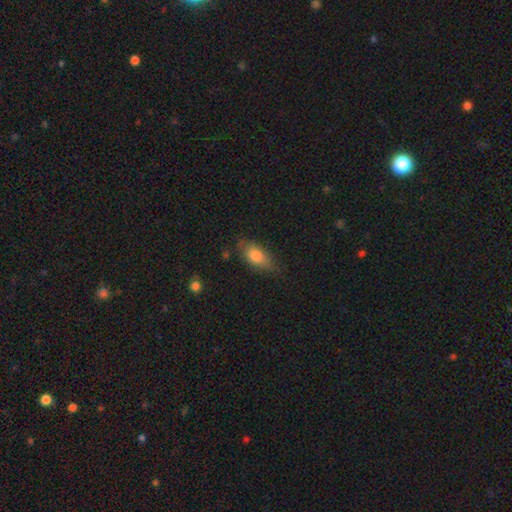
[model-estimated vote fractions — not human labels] Morphology: type=smooth (79%); roundness=in between (86%); merging=none (67%).